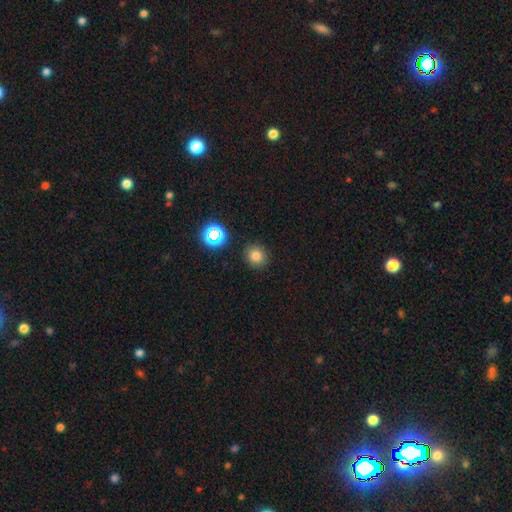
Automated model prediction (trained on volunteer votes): Overall: smooth (77%). How rounded: round (88%). Merging: none (89%).